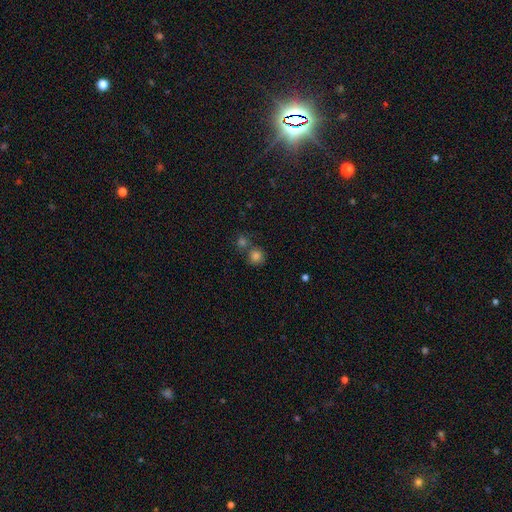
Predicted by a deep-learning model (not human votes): A smooth galaxy with no disk features (79%) that is round (89%).

Vote fractions:
- Smooth or featured? smooth: 79% / star or artifact: 14% / featured or disk: 7%
- How rounded? round: 89% / in between: 10% / cigar-shaped: 1%
- Merging? none: 61% / merger: 27% / minor disturbance: 9% / major disturbance: 3%